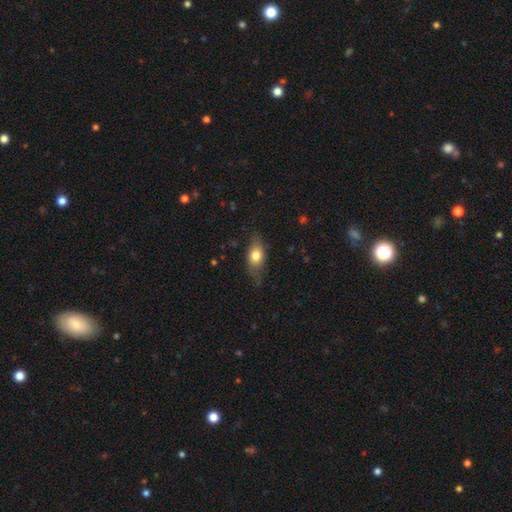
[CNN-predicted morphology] type=smooth (73%); roundness=in between (80%); merging=none (67%).